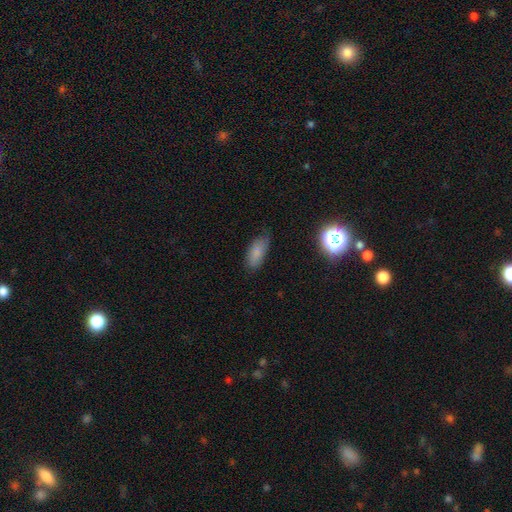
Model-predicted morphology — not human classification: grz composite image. It shows a smooth galaxy with no disk features (73%) that is in between round and cigar-shaped (83%). Merging: none (74%).